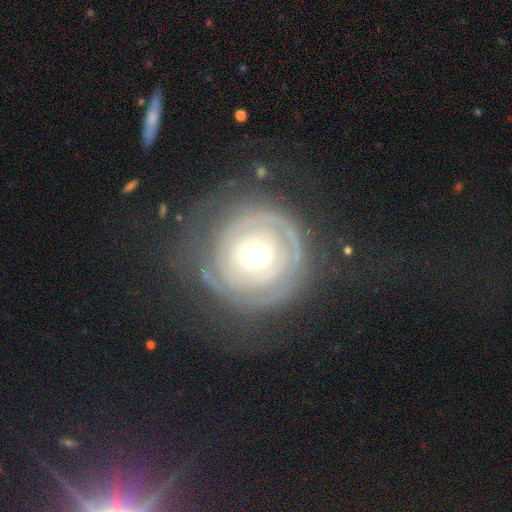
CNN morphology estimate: Smooth or featured? featured or disk (72%)
Edge-on disk? no (96%)
Bar? no (76%)
Spiral arms? yes (65%)
Bulge size? moderate (63%)
Merging? none (64%)